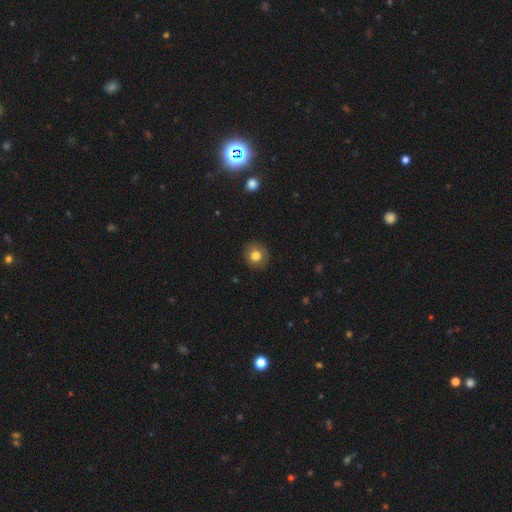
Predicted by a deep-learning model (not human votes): smooth_or_featured: smooth (p=0.78) [alt: featured or disk p=0.12]
how_rounded: round (p=0.87) [alt: in between p=0.12]
merging: none (p=0.86) [alt: minor disturbance p=0.10]